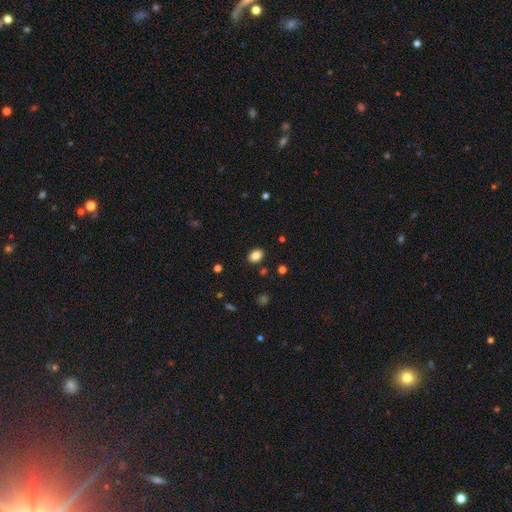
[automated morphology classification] Overall: smooth (85%). How rounded: in between (72%). Merging: none (87%).